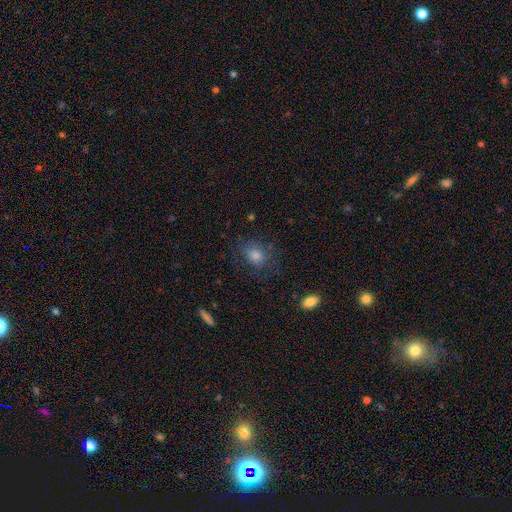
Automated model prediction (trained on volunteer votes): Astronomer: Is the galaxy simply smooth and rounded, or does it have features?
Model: smooth — 76%.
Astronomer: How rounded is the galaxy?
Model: round — 58% (runner-up: in between, 41%).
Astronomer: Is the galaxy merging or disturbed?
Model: none — 73%.